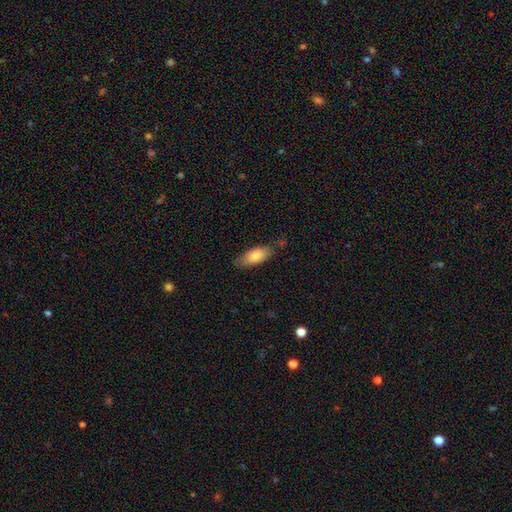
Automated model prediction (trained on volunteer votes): Smooth or featured? Predicted: smooth (p=0.77). How rounded? Predicted: in between (p=0.83). Merging? Predicted: none (p=0.69).